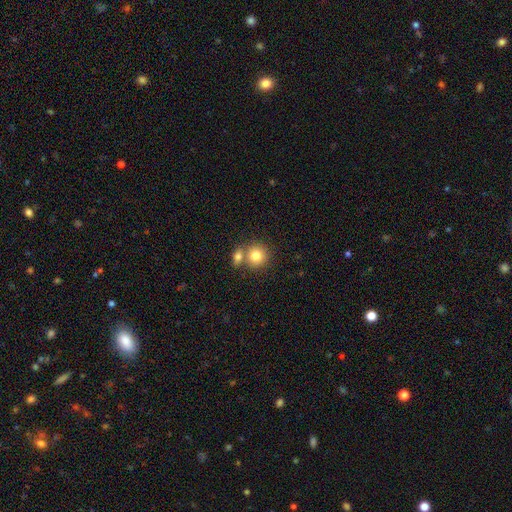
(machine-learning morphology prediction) smooth-or-featured: smooth: 80% | featured or disk: 11% | star or artifact: 9%
  how-rounded: round: 86% | in between: 13% | cigar-shaped: 1%
  merging: none: 49% | merger: 40% | minor disturbance: 8% | major disturbance: 3%